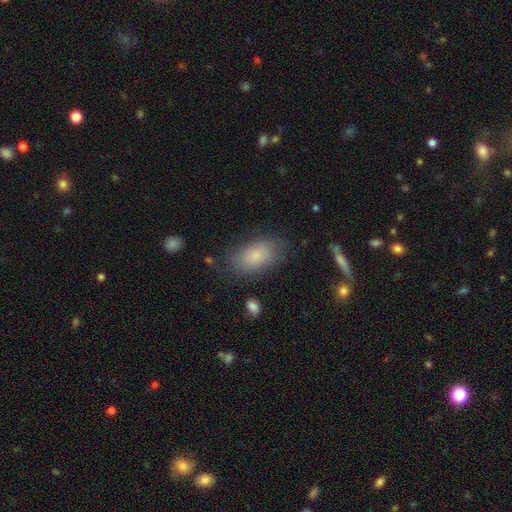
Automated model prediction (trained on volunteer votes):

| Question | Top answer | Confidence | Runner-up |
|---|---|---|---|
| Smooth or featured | smooth | 76% | featured or disk (15%) |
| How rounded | in between | 91% | round (6%) |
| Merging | none | 72% | minor disturbance (18%) |